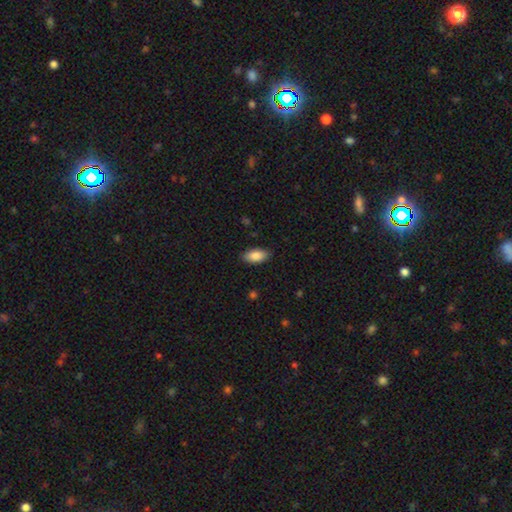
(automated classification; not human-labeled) smooth_or_featured: smooth (p=0.88) [alt: star or artifact p=0.06]
how_rounded: in between (p=0.93) [alt: cigar-shaped p=0.05]
merging: none (p=0.87) [alt: minor disturbance p=0.10]